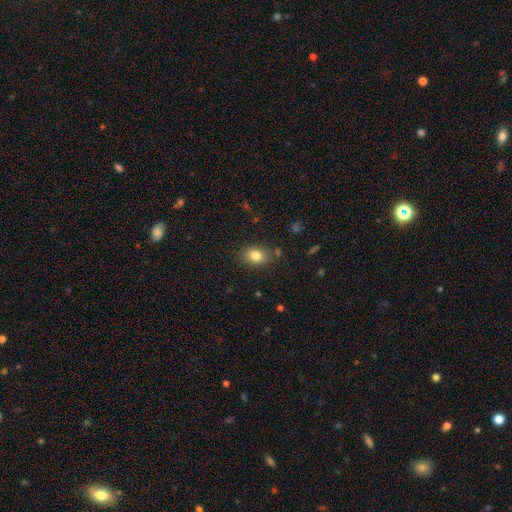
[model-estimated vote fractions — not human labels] Smooth or featured?
  - smooth: 81% *
  - star or artifact: 10%
  - featured or disk: 8%
How rounded?
  - in between: 70% *
  - round: 29%
  - cigar-shaped: 1%
Merging?
  - none: 83% *
  - minor disturbance: 11%
  - major disturbance: 3%
  - merger: 3%